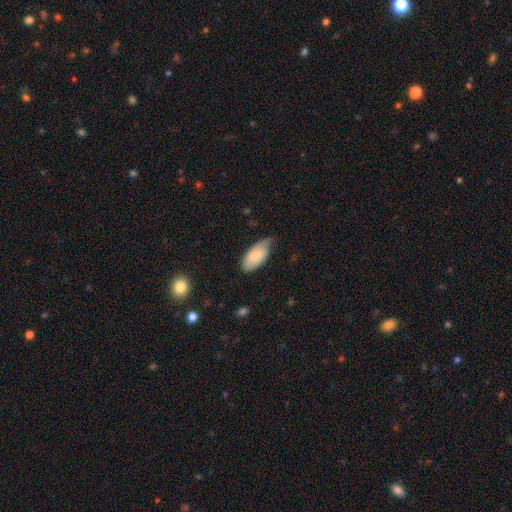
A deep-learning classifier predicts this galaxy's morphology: Overall: smooth (74%). How rounded: in between (93%). Merging: none (55%; minor disturbance 36%).